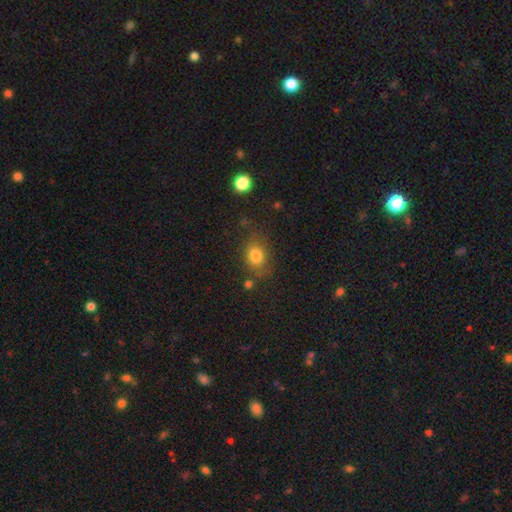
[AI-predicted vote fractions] smooth 79%, star or artifact 12%, featured or disk 9%. Down the decision tree: how rounded — in between (55%); merging — none (70%).